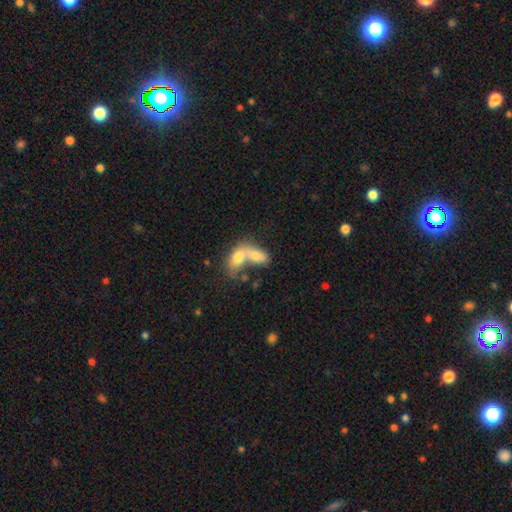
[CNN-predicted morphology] Smooth or featured? smooth (72%)
How rounded? in between (85%)
Merging? merger (78%)